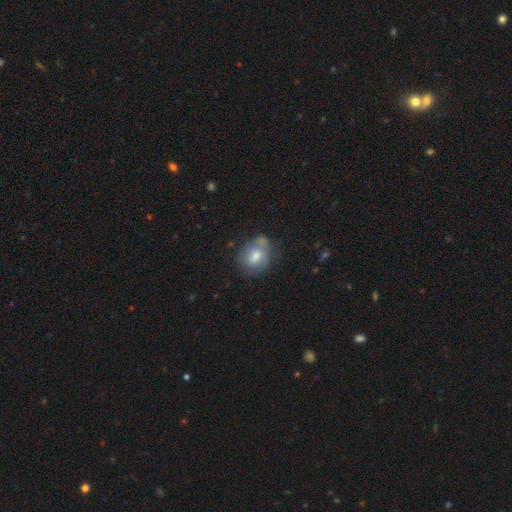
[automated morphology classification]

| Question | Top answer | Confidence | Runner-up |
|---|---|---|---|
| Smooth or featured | smooth | 65% | featured or disk (26%) |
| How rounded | round | 63% | in between (36%) |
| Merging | none | 60% | minor disturbance (22%) |